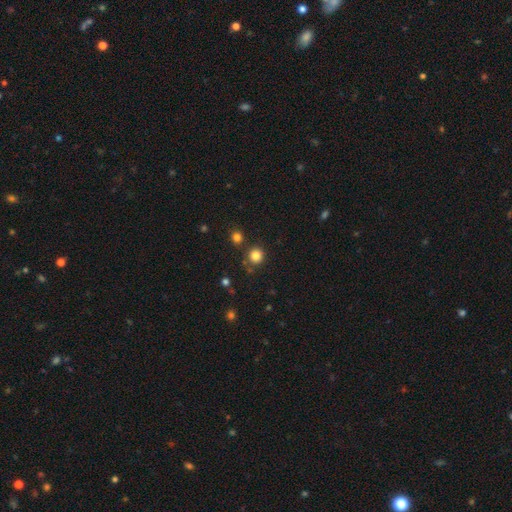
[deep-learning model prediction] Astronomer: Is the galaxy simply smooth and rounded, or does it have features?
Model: smooth — 82%.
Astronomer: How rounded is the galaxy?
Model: round — 92%.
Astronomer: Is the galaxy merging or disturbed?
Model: none — 82%.